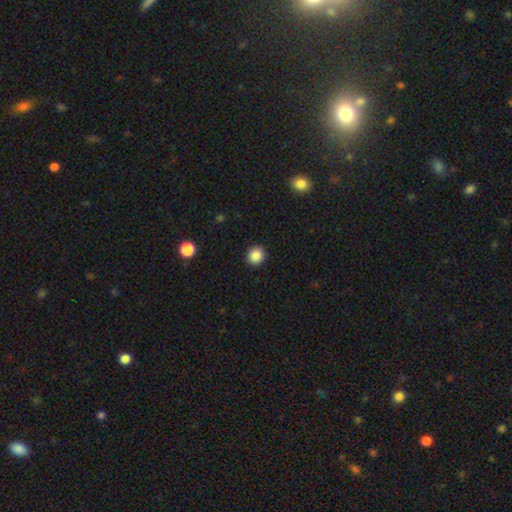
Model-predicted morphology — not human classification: smooth_or_featured: smooth (p=0.87) [alt: star or artifact p=0.10]
how_rounded: round (p=0.85) [alt: in between p=0.14]
merging: none (p=0.92) [alt: minor disturbance p=0.05]